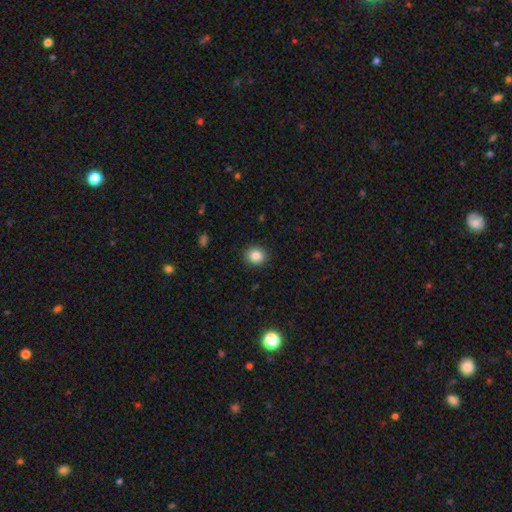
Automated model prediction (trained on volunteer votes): Smooth or featured?
  - smooth: 85% *
  - star or artifact: 10%
  - featured or disk: 5%
How rounded?
  - round: 78% *
  - in between: 21%
  - cigar-shaped: 1%
Merging?
  - none: 91% *
  - minor disturbance: 6%
  - major disturbance: 2%
  - merger: 1%